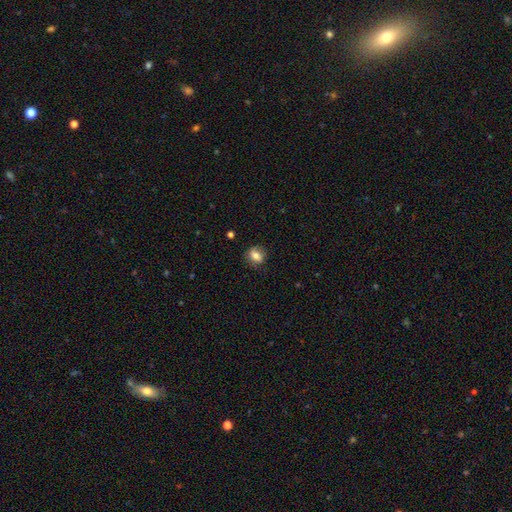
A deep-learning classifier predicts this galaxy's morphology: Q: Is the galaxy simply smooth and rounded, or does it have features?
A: smooth — 73%.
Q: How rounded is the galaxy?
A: round — 57%.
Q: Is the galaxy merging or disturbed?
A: none — 76%.